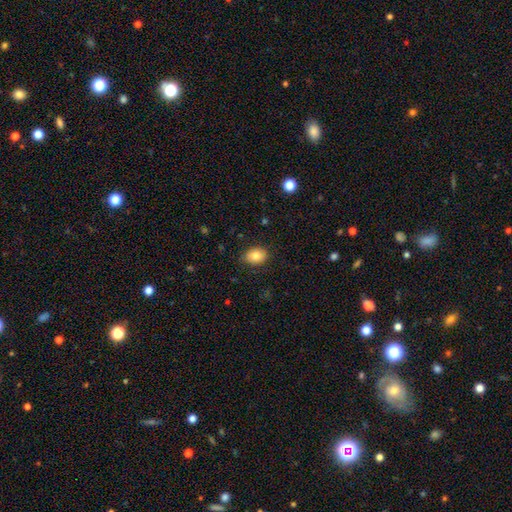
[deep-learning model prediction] Smooth or featured: smooth — 82% (featured or disk — 9%)
How rounded: in between — 71% (round — 28%)
Merging: none — 85% (minor disturbance — 12%)